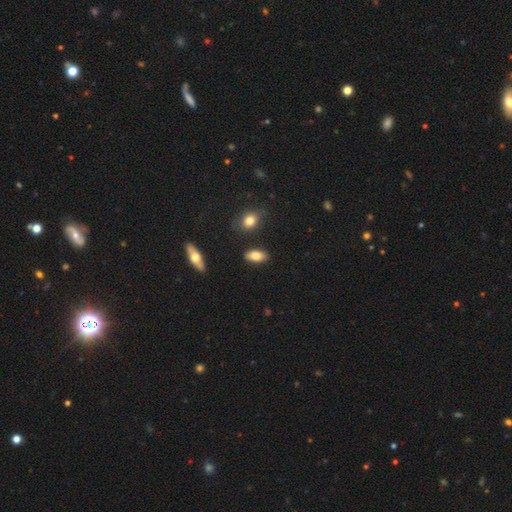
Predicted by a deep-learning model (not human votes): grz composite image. It shows a smooth galaxy with no disk features (81%) that is in between round and cigar-shaped (88%). Merging: none (86%).